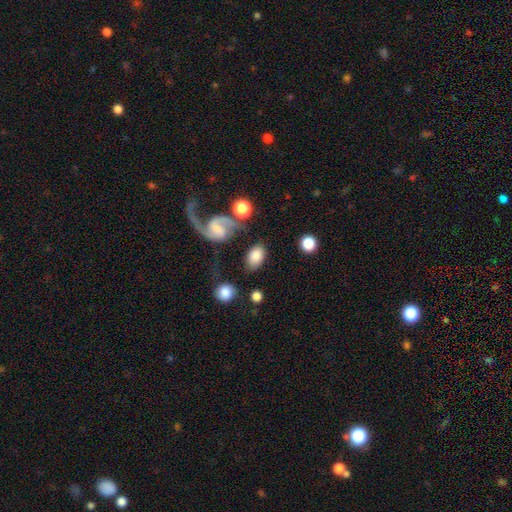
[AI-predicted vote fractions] Morphology: type=smooth (74%); roundness=in between (85%); merging=none (68%).